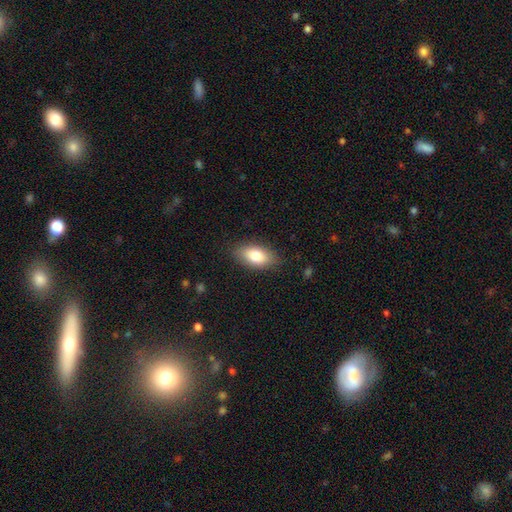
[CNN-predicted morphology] A smooth galaxy with no disk features (80%) that is in between round and cigar-shaped (89%). Merging: none (85%).